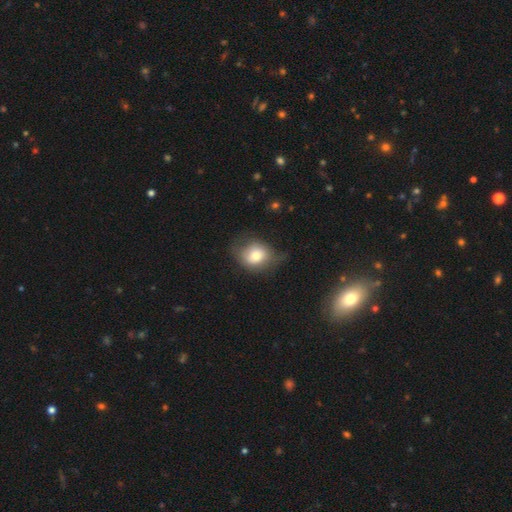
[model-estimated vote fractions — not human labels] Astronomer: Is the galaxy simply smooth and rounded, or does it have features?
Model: smooth — 69%.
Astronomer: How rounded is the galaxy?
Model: round — 61% (runner-up: in between, 38%).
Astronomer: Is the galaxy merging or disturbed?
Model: none — 47% (runner-up: minor disturbance, 34%).